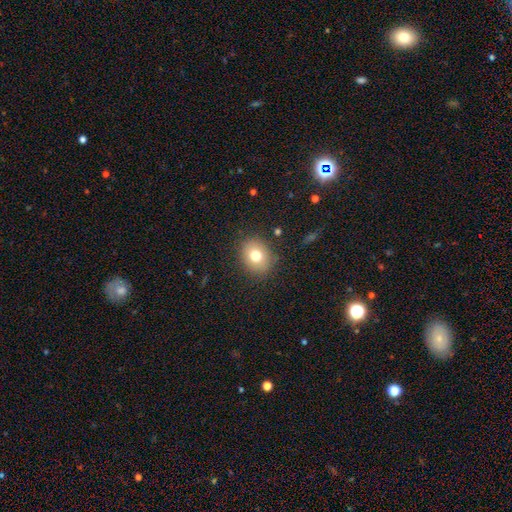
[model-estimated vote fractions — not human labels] A smooth galaxy with no disk features (75%) that is round (60%).

Vote fractions:
- Smooth or featured? smooth: 75% / featured or disk: 13% / star or artifact: 12%
- How rounded? round: 60% / in between: 39% / cigar-shaped: 1%
- Merging? none: 85% / minor disturbance: 10% / major disturbance: 3% / merger: 1%